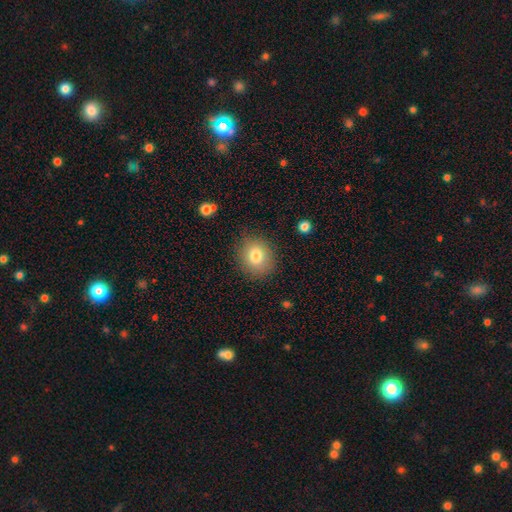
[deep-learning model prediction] Q: Smooth or featured?
A: smooth (79%); runner-up: featured or disk (11%)
Q: How rounded?
A: round (70%); runner-up: in between (29%)
Q: Merging?
A: none (85%); runner-up: minor disturbance (10%)